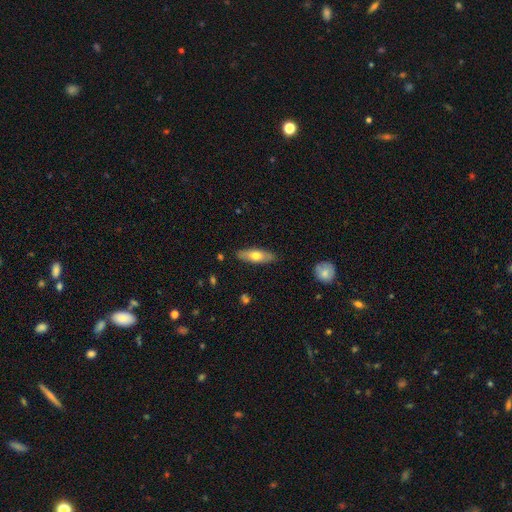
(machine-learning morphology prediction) Smooth or featured? smooth (62%)
How rounded? in between (58%)
Merging? none (86%)